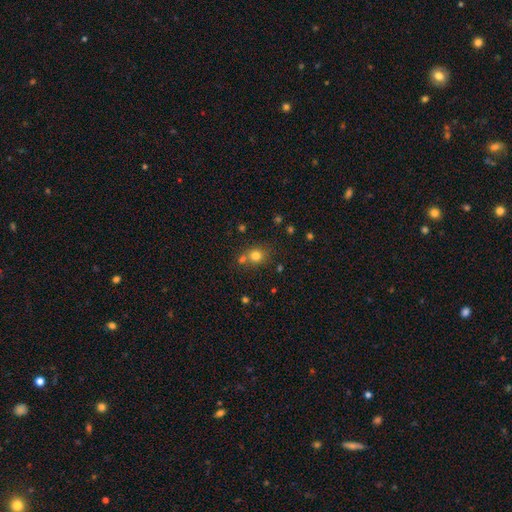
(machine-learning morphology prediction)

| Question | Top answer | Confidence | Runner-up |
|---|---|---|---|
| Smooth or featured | smooth | 76% | star or artifact (15%) |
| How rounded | round | 81% | in between (18%) |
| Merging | none | 59% | merger (27%) |